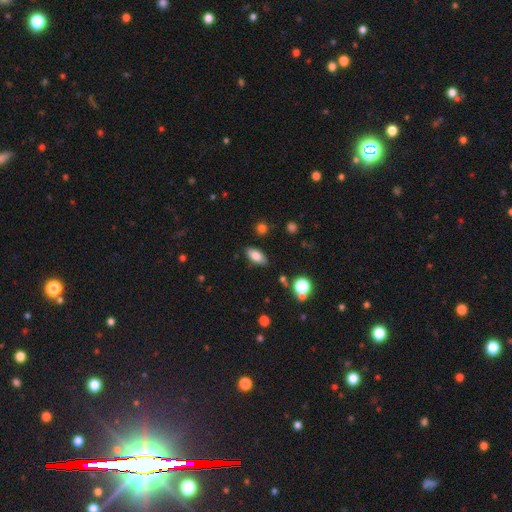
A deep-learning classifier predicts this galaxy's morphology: smooth-or-featured: smooth: 79% | featured or disk: 12% | star or artifact: 9%
  how-rounded: in between: 86% | cigar-shaped: 10% | round: 4%
  merging: none: 84% | minor disturbance: 11% | major disturbance: 3% | merger: 2%